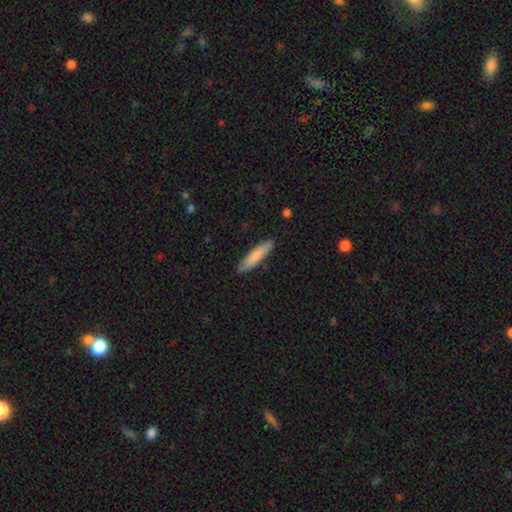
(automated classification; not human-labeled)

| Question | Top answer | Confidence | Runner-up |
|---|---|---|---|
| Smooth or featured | smooth | 79% | featured or disk (16%) |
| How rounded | cigar-shaped | 82% | in between (17%) |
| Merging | none | 88% | minor disturbance (9%) |